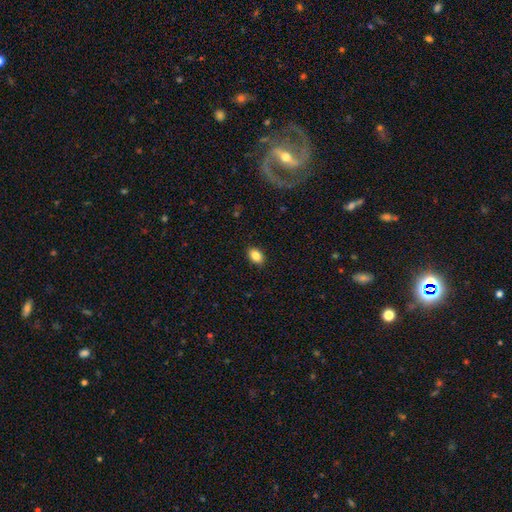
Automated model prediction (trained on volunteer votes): smooth 86%, star or artifact 8%, featured or disk 6%. Down the decision tree: how rounded — in between (82%); merging — none (88%).